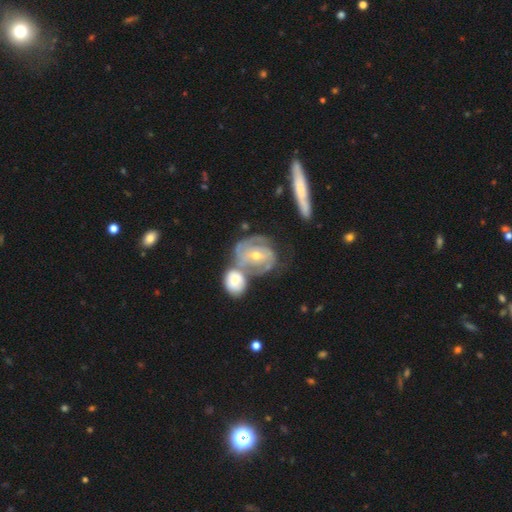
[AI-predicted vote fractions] smooth_or_featured: featured or disk (p=0.81) [alt: smooth p=0.13]
disk_edge_on: no (p=0.93) [alt: yes p=0.07]
bar: no (p=0.44) [alt: weak p=0.38]
has_spiral_arms: yes (p=0.91) [alt: no p=0.09]
spiral_winding: tight (p=0.63) [alt: medium p=0.30]
spiral_arm_count: can't tell (p=0.33) [tied with: 2 p=0.33]
bulge_size: moderate (p=0.49) [alt: small p=0.47]
merging: none (p=0.49) [alt: merger p=0.30]